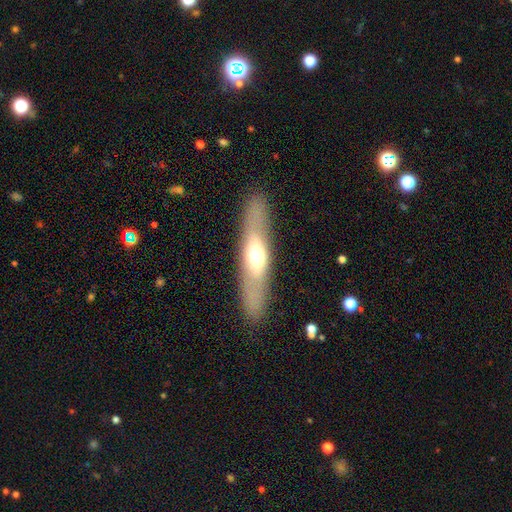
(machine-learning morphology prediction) This appears to be a smooth galaxy with no disk features (47%, tied with featured or disk). Merging: none (88%).